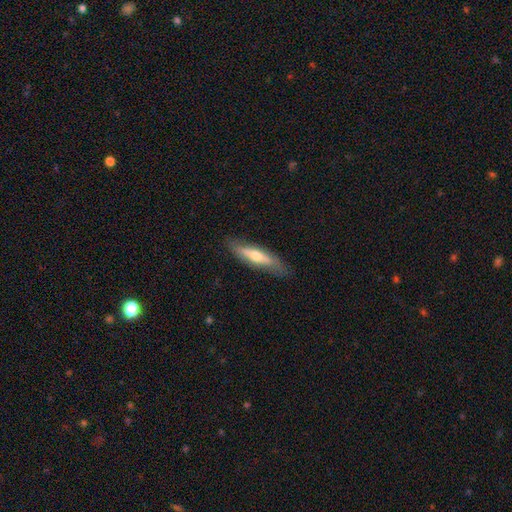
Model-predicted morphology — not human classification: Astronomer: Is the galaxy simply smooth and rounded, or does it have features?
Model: featured or disk — 48% (runner-up: smooth, 46%).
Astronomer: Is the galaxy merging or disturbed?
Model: none — 80%.